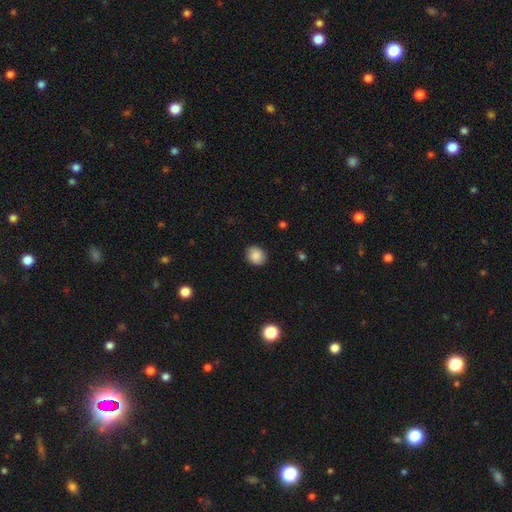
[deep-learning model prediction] A smooth galaxy with no disk features (87%) that is round (67%).

Vote fractions:
- Smooth or featured? smooth: 87% / star or artifact: 8% / featured or disk: 5%
- How rounded? round: 67% / in between: 32% / cigar-shaped: 1%
- Merging? none: 89% / minor disturbance: 8% / major disturbance: 2% / merger: 1%